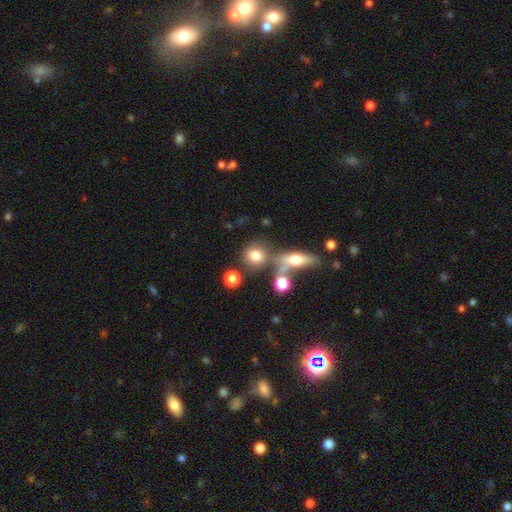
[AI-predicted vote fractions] The model was most divided on "merging": none: 58%, merger: 25%, minor disturbance: 11%, major disturbance: 6%. More confident: how rounded — round (76%); smooth or featured — smooth (75%).